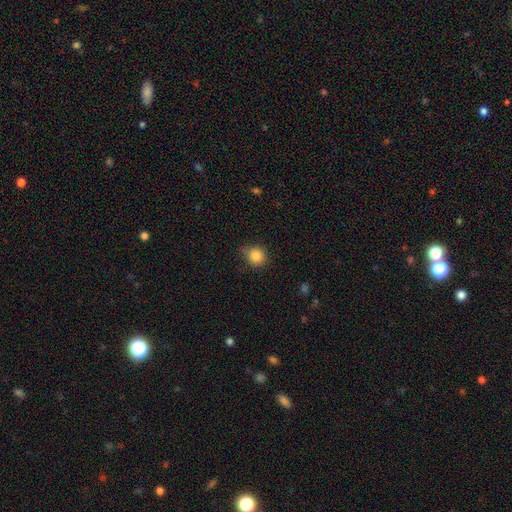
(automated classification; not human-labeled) Overall: smooth (85%). How rounded: round (87%). Merging: none (73%).